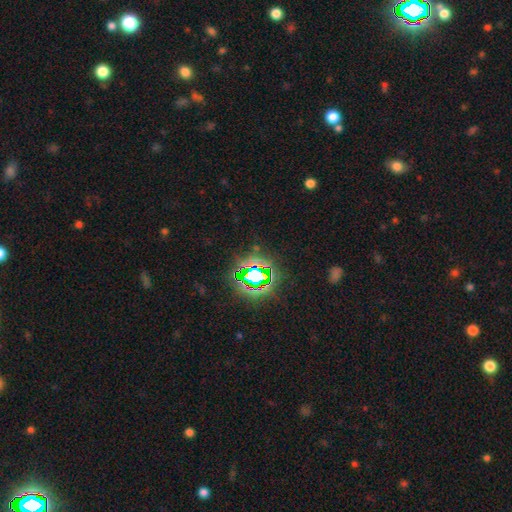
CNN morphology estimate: Smooth or featured? Predicted: star or artifact (p=0.80).